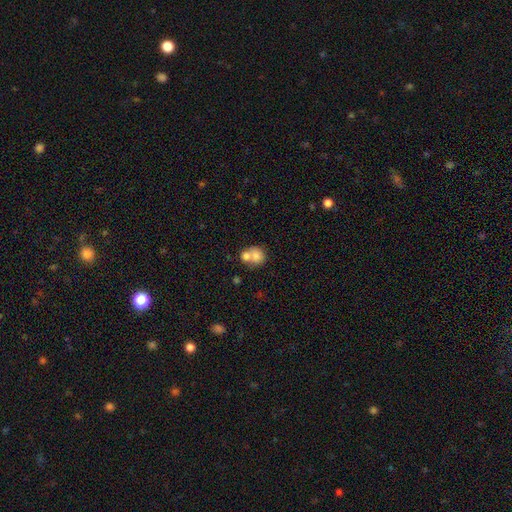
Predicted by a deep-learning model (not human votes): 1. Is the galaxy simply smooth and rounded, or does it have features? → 74% smooth, 17% featured or disk, 10% star or artifact.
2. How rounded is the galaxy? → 76% round, 23% in between, 1% cigar-shaped.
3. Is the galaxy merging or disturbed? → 57% merger, 32% none, 8% minor disturbance, 3% major disturbance.